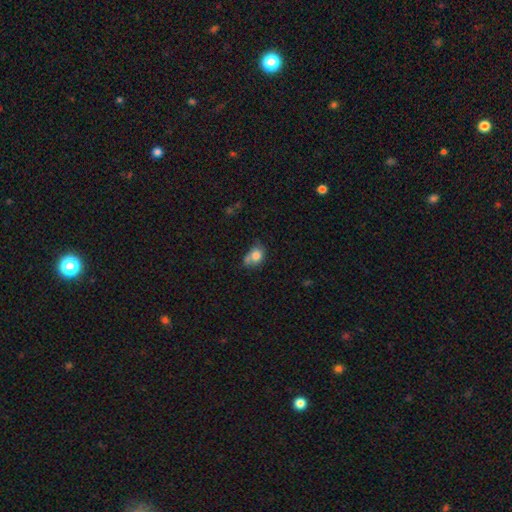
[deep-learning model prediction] This is likely a smooth galaxy (79%). How rounded: possibly in between (50%). Merging: marginally none (41%).